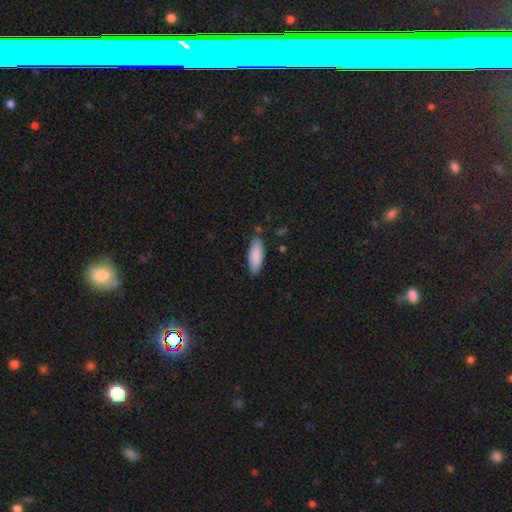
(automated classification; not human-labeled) Smooth or featured: smooth — 87% (featured or disk — 7%)
How rounded: in between — 66% (cigar-shaped — 33%)
Merging: none — 82% (minor disturbance — 13%)